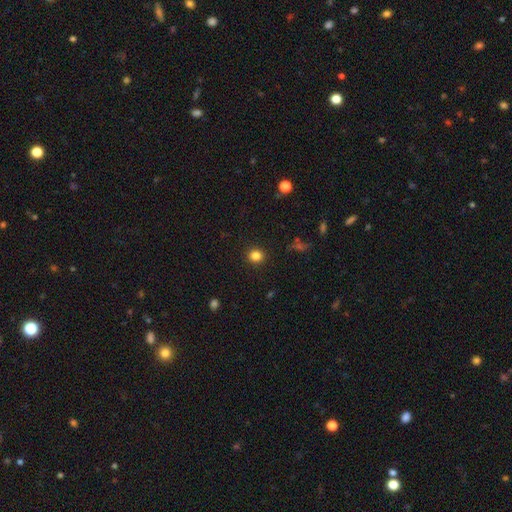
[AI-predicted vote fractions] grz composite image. It shows a smooth galaxy with no disk features (84%) that is round (79%). Merging: none (91%).